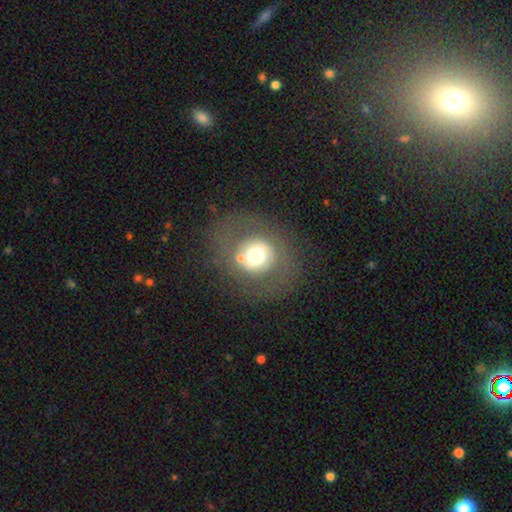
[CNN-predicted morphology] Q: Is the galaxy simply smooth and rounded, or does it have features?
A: smooth — 55%.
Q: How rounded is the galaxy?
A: round — 81%.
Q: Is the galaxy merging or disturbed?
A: none — 74%.